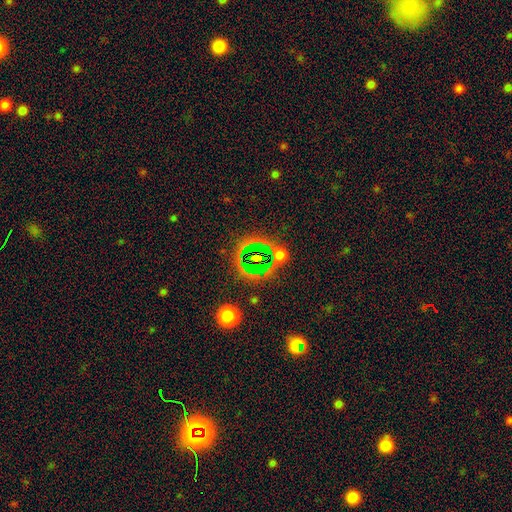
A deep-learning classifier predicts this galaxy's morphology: star or artifact 64%, smooth 24%, featured or disk 13%.